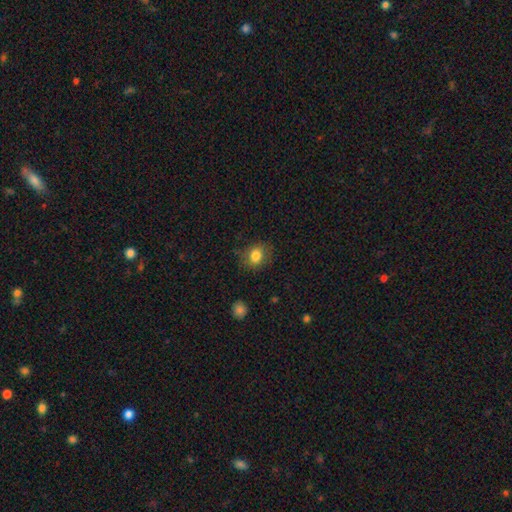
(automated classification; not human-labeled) Morphology: type=smooth (81%); roundness=round (57%); merging=none (77%).